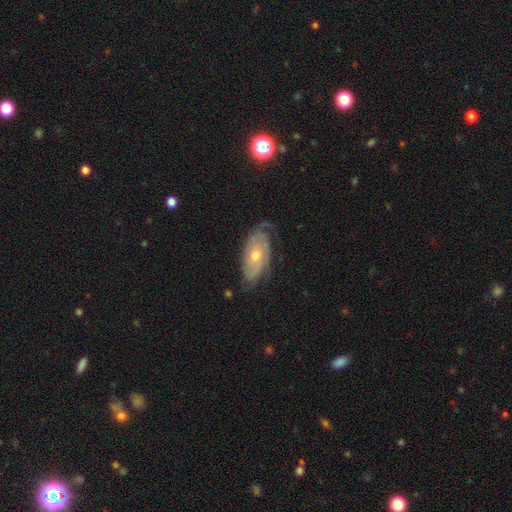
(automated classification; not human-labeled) Overall: featured or disk (77%). Edge-on disk: no (92%). Bar: no (77%). Spiral arms: yes (91%). Spiral arm count: can't tell (40%; 2 35%). Spiral winding: tight (63%; medium 27%). Bulge size: moderate (55%; small 41%). Merging: none (65%).